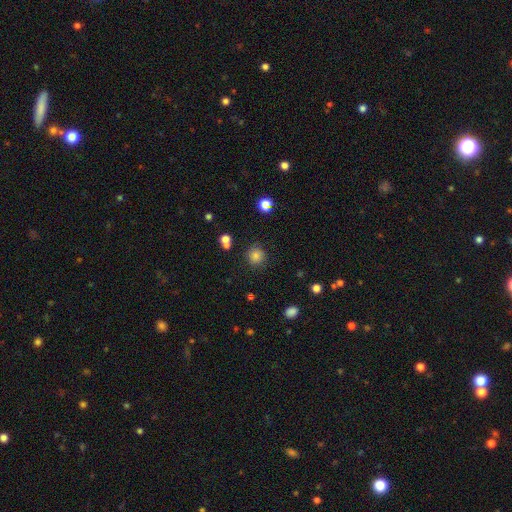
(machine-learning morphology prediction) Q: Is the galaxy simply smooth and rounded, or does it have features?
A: smooth — 81%.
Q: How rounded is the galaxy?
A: round — 89%.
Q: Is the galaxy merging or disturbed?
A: none — 82%.